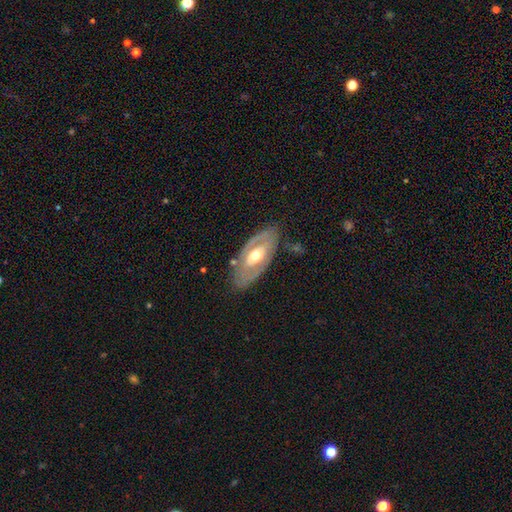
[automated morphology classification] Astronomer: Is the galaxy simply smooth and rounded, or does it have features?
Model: featured or disk — 67%.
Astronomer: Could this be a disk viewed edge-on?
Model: no — 86%.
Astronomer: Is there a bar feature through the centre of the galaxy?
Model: no — 66%.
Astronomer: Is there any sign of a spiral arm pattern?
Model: no — 67%.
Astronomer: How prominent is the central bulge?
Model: moderate — 74%.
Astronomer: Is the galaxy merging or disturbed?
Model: none — 76%.